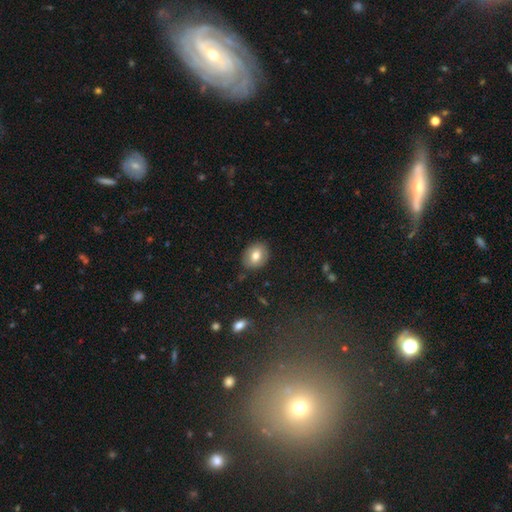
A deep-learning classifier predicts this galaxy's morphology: This is likely a smooth galaxy (75%). How rounded: possibly in between (56%). Merging: clearly none (85%).